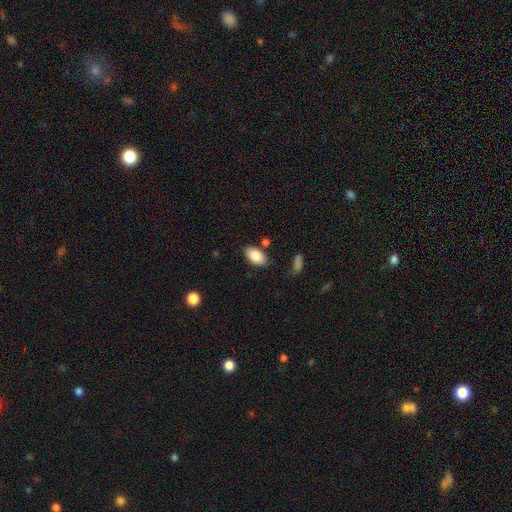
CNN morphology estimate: Smooth or featured: smooth — 85% (featured or disk — 9%)
How rounded: in between — 94% (round — 4%)
Merging: none — 79% (minor disturbance — 13%)